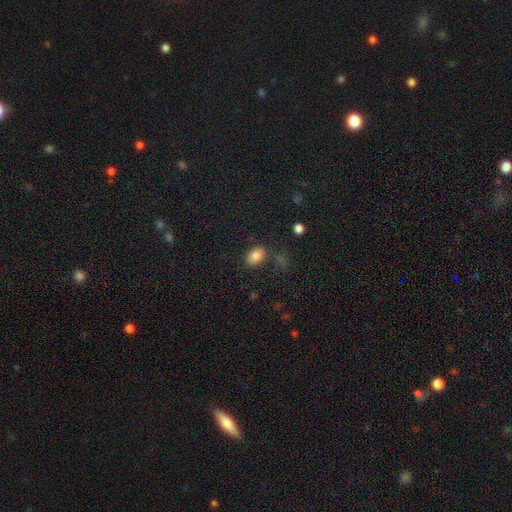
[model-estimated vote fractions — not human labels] Q: Smooth or featured?
A: smooth (84%); runner-up: star or artifact (9%)
Q: How rounded?
A: in between (87%); runner-up: round (11%)
Q: Merging?
A: none (78%); runner-up: minor disturbance (13%)